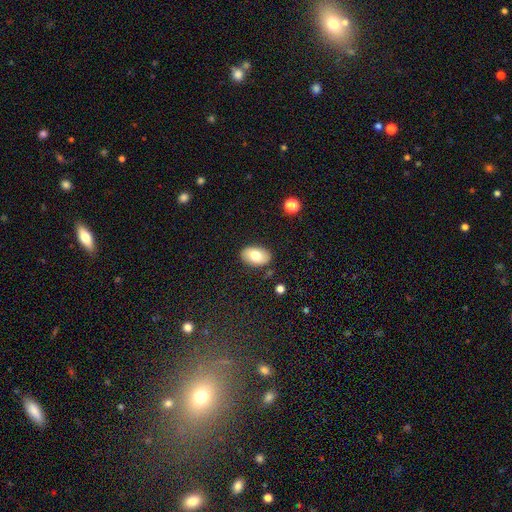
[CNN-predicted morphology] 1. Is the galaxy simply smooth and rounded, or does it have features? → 76% smooth, 17% featured or disk, 7% star or artifact.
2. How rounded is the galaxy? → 89% in between, 10% round, 1% cigar-shaped.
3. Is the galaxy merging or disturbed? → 85% none, 10% minor disturbance, 2% major disturbance, 2% merger.